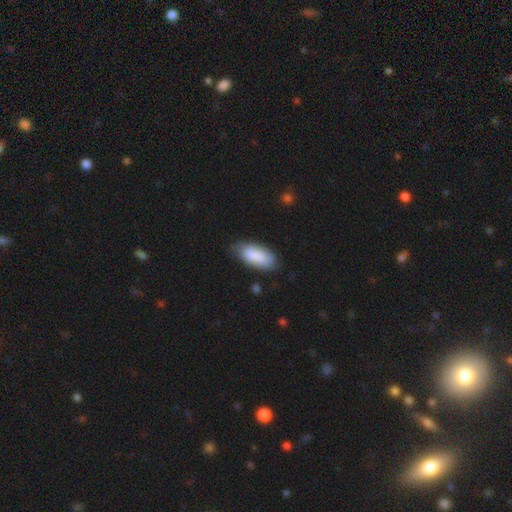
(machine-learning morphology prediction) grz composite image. It shows a smooth galaxy with no disk features (87%) that is in between round and cigar-shaped (91%). Merging: none (73%).